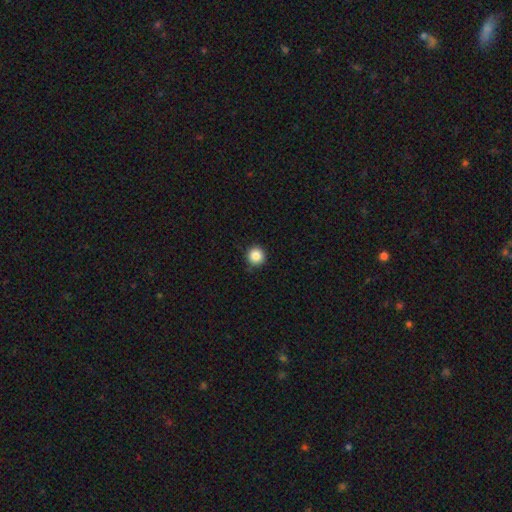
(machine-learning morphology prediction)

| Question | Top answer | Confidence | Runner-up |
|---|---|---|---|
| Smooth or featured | smooth | 86% | star or artifact (10%) |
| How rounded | round | 95% | in between (4%) |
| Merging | none | 88% | minor disturbance (9%) |